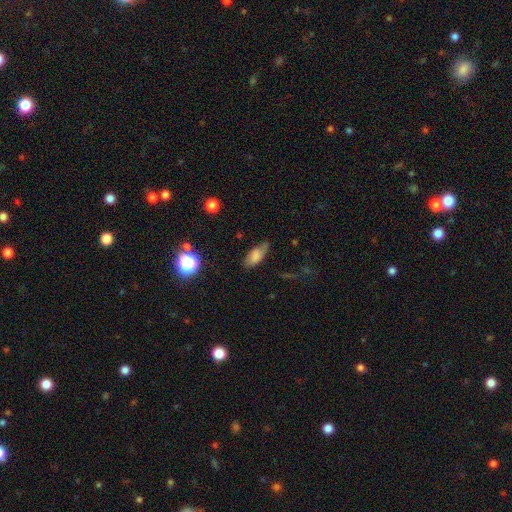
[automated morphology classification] smooth_or_featured: smooth (p=0.73) [alt: featured or disk p=0.16]
how_rounded: in between (p=0.86) [alt: cigar-shaped p=0.10]
merging: none (p=0.64) [alt: minor disturbance p=0.26]